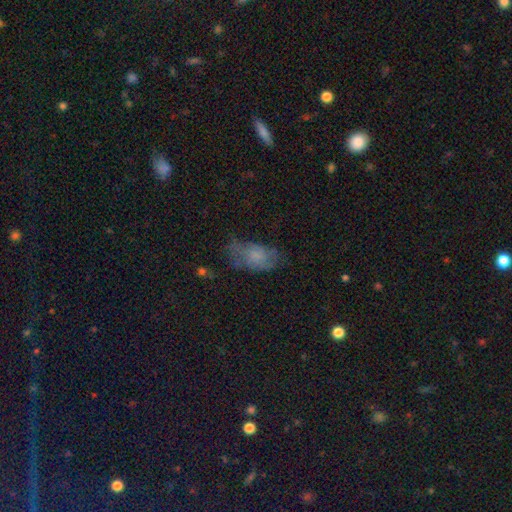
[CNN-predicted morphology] Smooth or featured: smooth — 63% (featured or disk — 25%)
How rounded: in between — 89% (round — 7%)
Merging: none — 47% (minor disturbance — 30%)